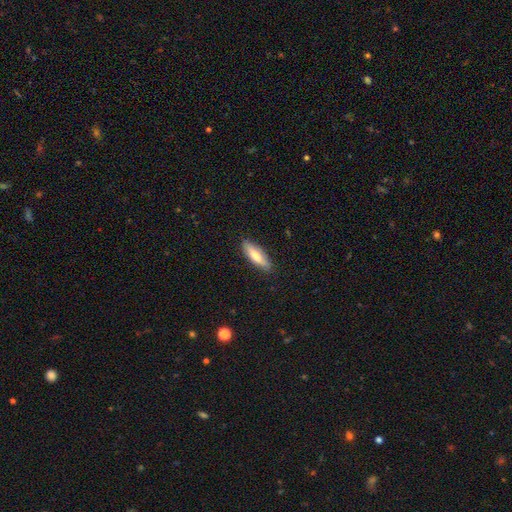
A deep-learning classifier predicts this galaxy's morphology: Smooth or featured: smooth — 71% (featured or disk — 23%)
How rounded: in between — 50% (cigar-shaped — 48%)
Merging: none — 84% (minor disturbance — 13%)